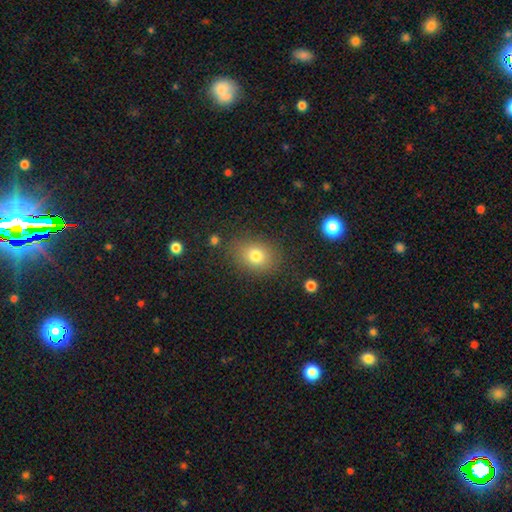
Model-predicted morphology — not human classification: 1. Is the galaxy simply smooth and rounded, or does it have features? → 78% smooth, 13% star or artifact, 10% featured or disk.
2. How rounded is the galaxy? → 52% in between, 47% round, 1% cigar-shaped.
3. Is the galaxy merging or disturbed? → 82% none, 12% minor disturbance, 4% major disturbance, 2% merger.